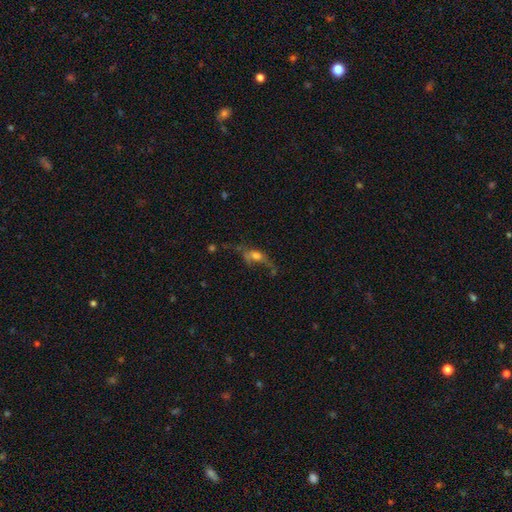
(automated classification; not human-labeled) This is possibly a smooth galaxy (45%). Merging: marginally major disturbance (39%).